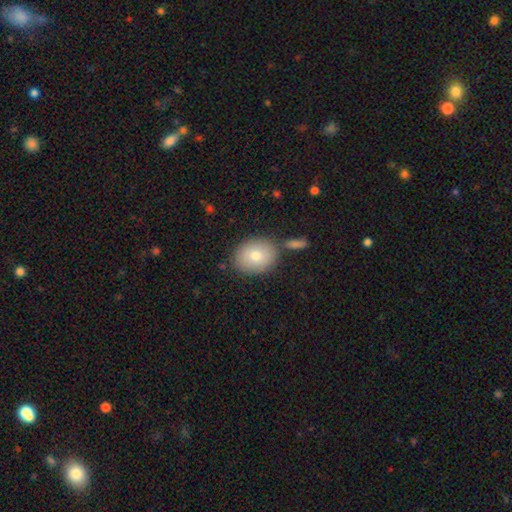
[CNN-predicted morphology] This appears to be a smooth galaxy with no disk features (78%) that is round (50%). Merging: none (76%).